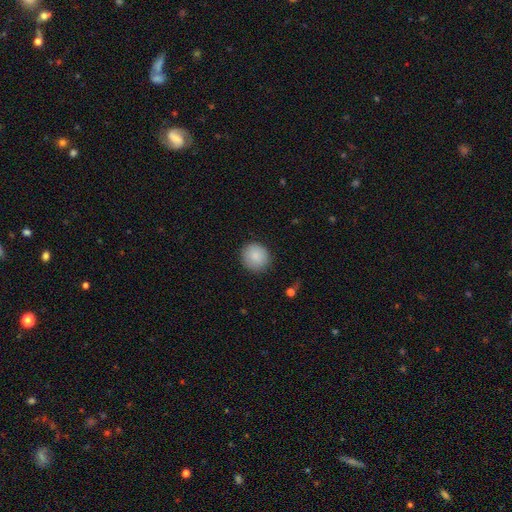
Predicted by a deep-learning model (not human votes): Morphology: type=smooth (87%); roundness=round (89%); merging=none (89%).